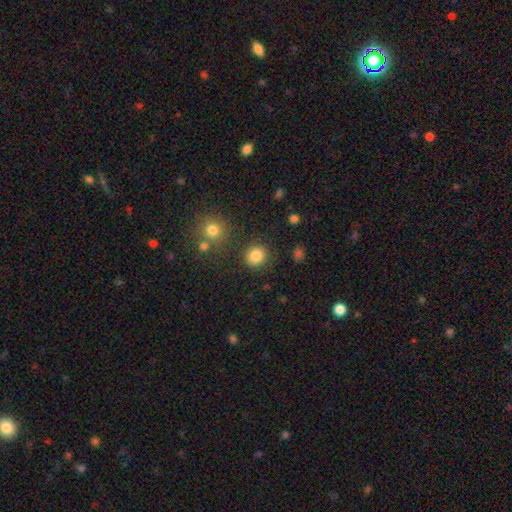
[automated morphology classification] type=smooth (85%); roundness=round (85%); merging=none (86%).